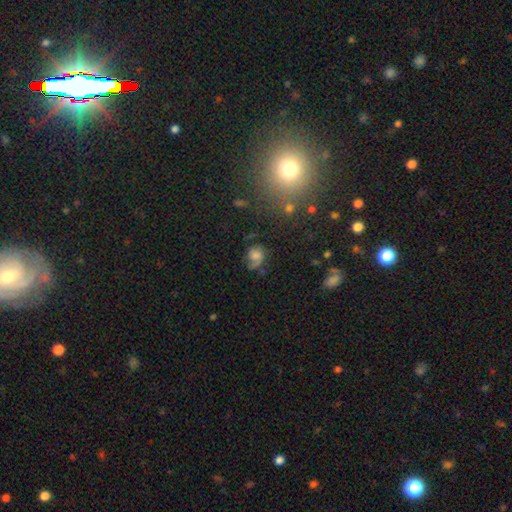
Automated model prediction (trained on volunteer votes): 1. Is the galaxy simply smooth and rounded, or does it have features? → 48% featured or disk, 40% smooth, 12% star or artifact.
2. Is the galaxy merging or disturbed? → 52% none, 25% minor disturbance, 19% major disturbance, 4% merger.